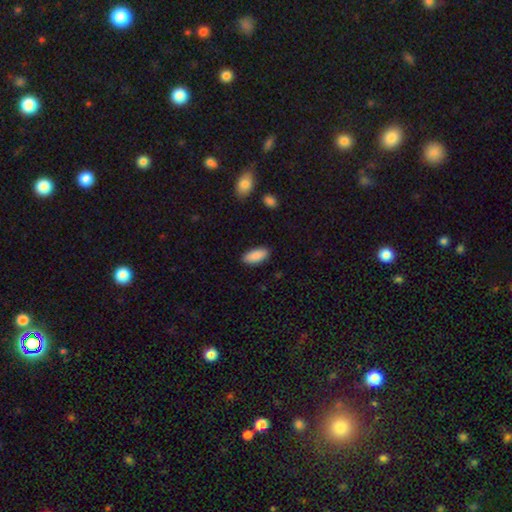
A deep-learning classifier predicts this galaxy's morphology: smooth 90%, star or artifact 6%, featured or disk 4%. Down the decision tree: how rounded — in between (86%); merging — none (87%).